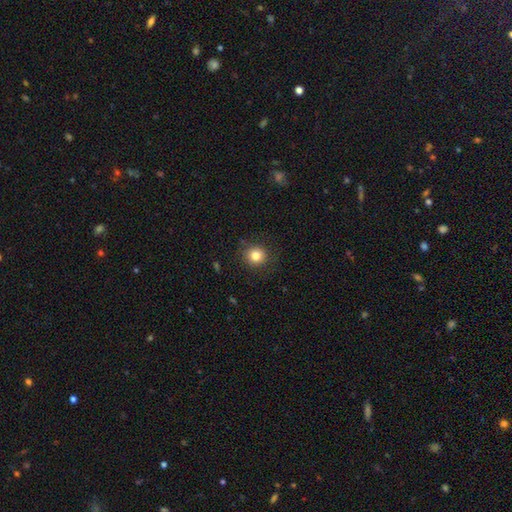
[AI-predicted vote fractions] smooth_or_featured: smooth (p=0.82) [alt: star or artifact p=0.11]
how_rounded: round (p=0.90) [alt: in between p=0.09]
merging: none (p=0.88) [alt: minor disturbance p=0.08]